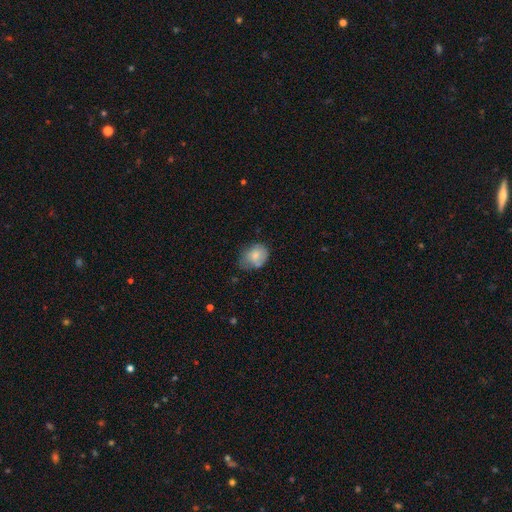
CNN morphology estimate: A smooth galaxy with no disk features (75%) that is in between round and cigar-shaped (62%). Merging: none (47%).